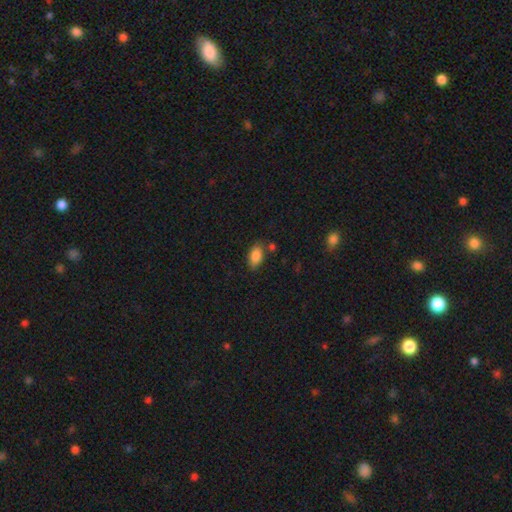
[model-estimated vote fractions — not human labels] smooth-or-featured: smooth: 86% | star or artifact: 8% | featured or disk: 6%
  how-rounded: in between: 91% | round: 6% | cigar-shaped: 3%
  merging: none: 73% | minor disturbance: 17% | merger: 6% | major disturbance: 4%